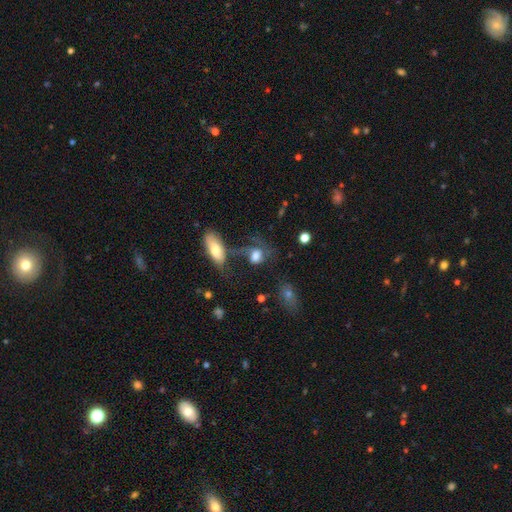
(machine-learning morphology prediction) Q: Smooth or featured?
A: smooth (54%); runner-up: featured or disk (34%)
Q: How rounded?
A: in between (68%); runner-up: round (29%)
Q: Merging?
A: major disturbance (31%); runner-up: none (28%)